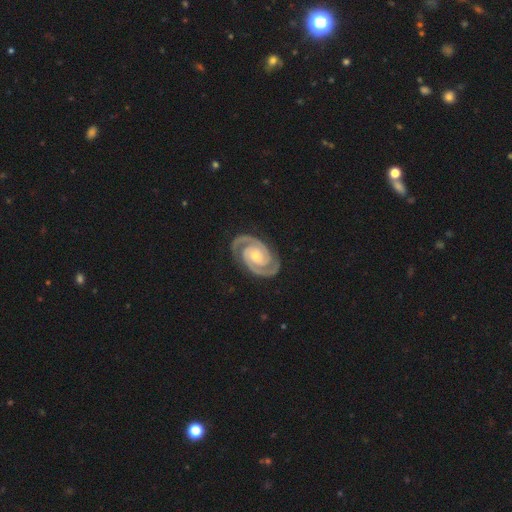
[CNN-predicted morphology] Overall: featured or disk (94%). Edge-on disk: no (98%). Bar: no (67%). Spiral arms: yes (99%). Spiral arm count: 2 (94%). Spiral winding: tight (71%). Bulge size: small (54%; moderate 42%). Merging: none (86%).